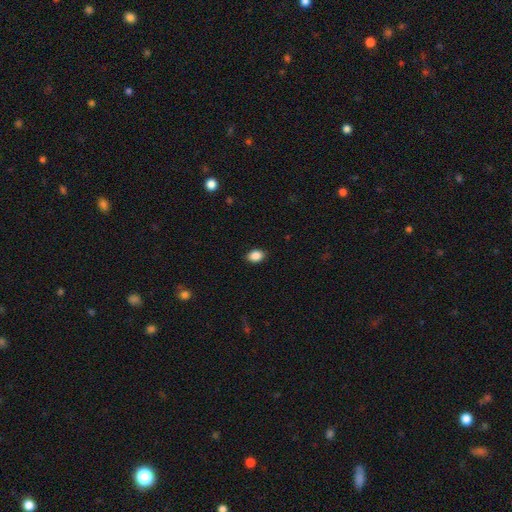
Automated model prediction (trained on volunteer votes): Smooth or featured? smooth (88%)
How rounded? in between (78%)
Merging? none (89%)